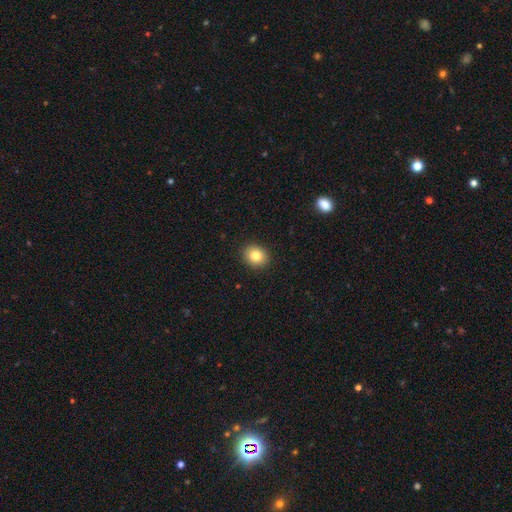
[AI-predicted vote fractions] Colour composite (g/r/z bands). It shows a smooth galaxy with no disk features (82%) that is round (67%). Merging: none (91%).